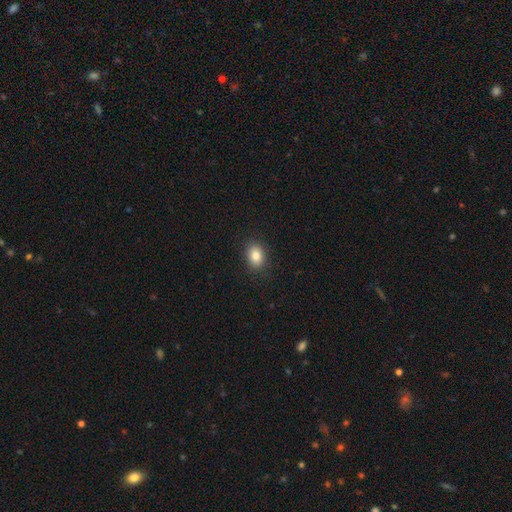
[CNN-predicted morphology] Overall: smooth (84%). How rounded: in between (70%). Merging: none (88%).